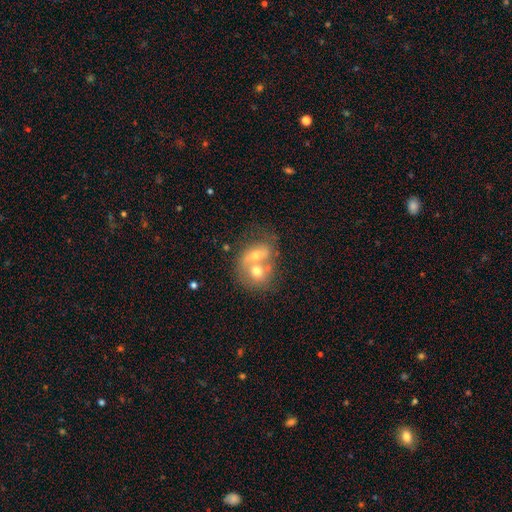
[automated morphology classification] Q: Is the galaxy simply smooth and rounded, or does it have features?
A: smooth — 48%.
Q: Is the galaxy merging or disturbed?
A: merger — 71%.